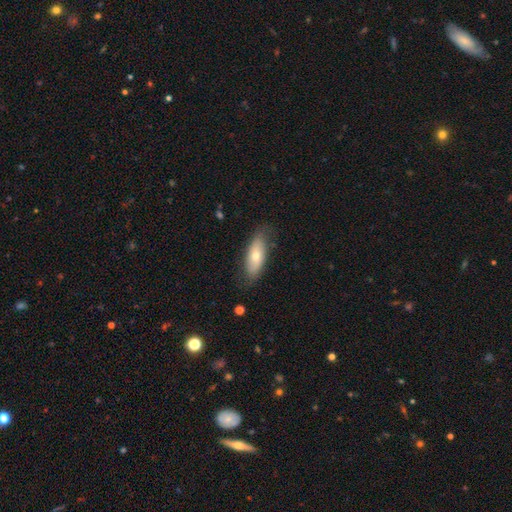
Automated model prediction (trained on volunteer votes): smooth 63%, featured or disk 30%, star or artifact 7%. Down the decision tree: how rounded — in between (78%); merging — none (74%).